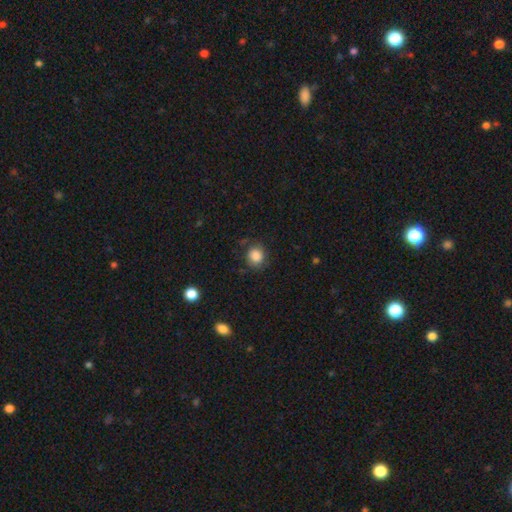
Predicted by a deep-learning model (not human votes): The model was most divided on "merging": none: 75%, minor disturbance: 17%, major disturbance: 6%, merger: 2%. More confident: smooth or featured — smooth (84%); how rounded — round (80%).